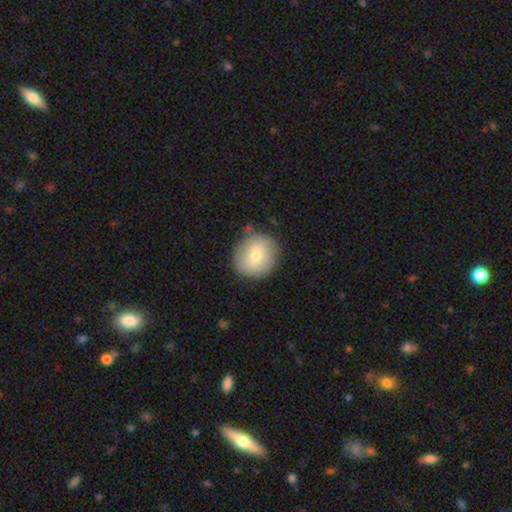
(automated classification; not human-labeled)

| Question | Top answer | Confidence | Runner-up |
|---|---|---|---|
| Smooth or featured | smooth | 69% | featured or disk (23%) |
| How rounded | round | 87% | in between (12%) |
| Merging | none | 82% | minor disturbance (13%) |